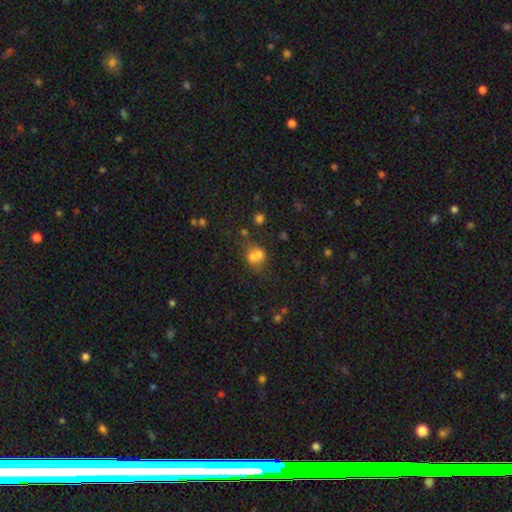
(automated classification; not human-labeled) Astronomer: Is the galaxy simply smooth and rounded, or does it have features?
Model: smooth — 64%.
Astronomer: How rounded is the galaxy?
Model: round — 59% (runner-up: in between, 39%).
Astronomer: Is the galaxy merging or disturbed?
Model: merger — 57%.